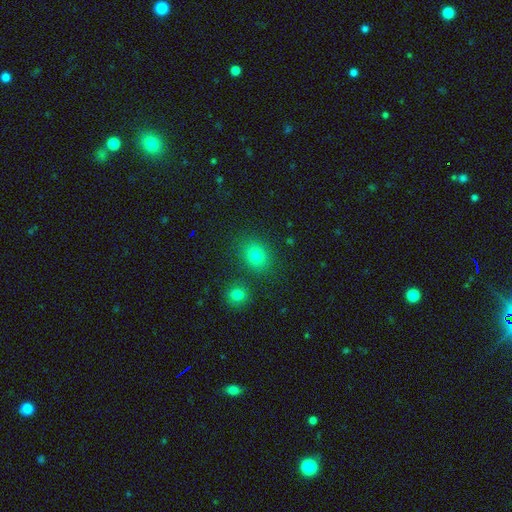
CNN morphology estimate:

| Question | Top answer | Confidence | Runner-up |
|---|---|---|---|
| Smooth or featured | smooth | 79% | star or artifact (14%) |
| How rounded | round | 61% | in between (37%) |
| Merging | none | 79% | minor disturbance (10%) |